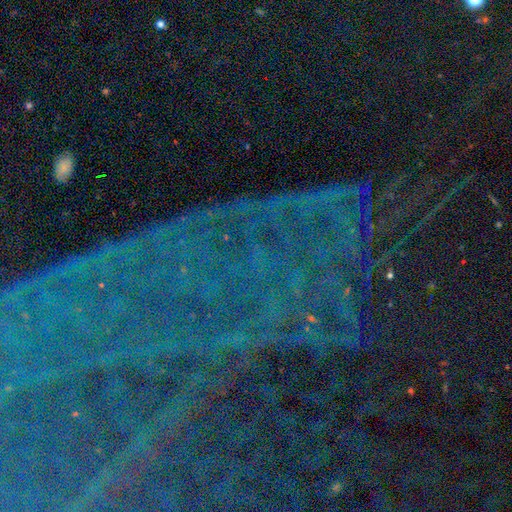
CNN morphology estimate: smooth_or_featured: star or artifact (p=0.87) [alt: featured or disk p=0.07]